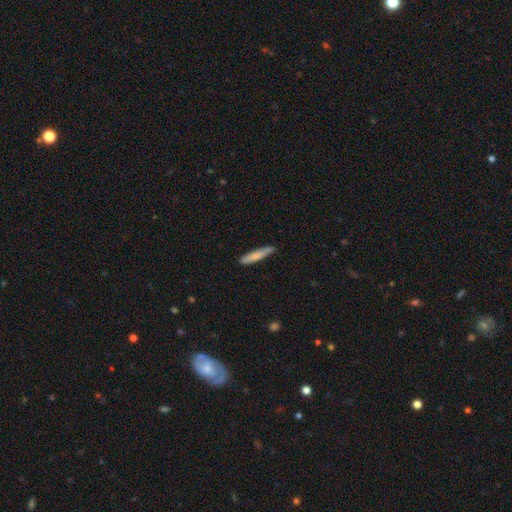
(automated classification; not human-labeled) A smooth galaxy with no disk features (77%) that is cigar-shaped (90%). Merging: none (81%).